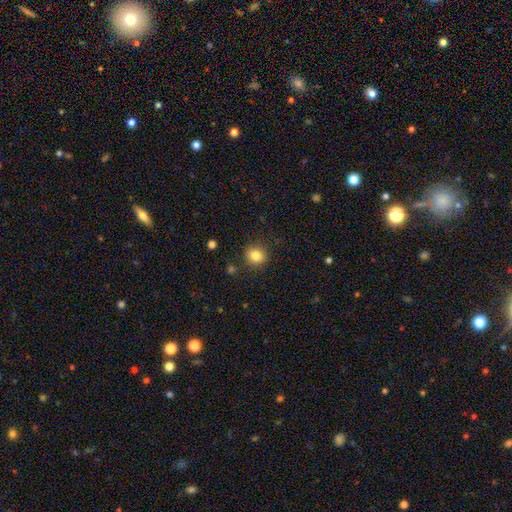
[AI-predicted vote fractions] Smooth or featured? smooth (83%)
How rounded? round (80%)
Merging? none (87%)